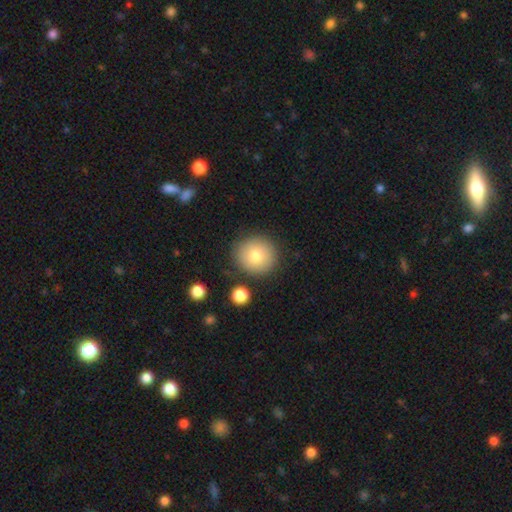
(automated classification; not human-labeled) Smooth or featured: smooth — 79% (featured or disk — 12%)
How rounded: round — 91% (in between — 8%)
Merging: none — 85% (minor disturbance — 9%)